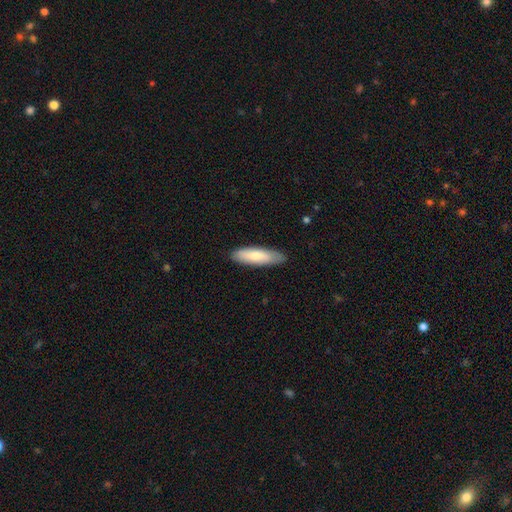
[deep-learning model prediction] smooth_or_featured: smooth (p=0.76) [alt: featured or disk p=0.19]
how_rounded: cigar-shaped (p=0.51) [alt: in between p=0.48]
merging: none (p=0.83) [alt: minor disturbance p=0.14]